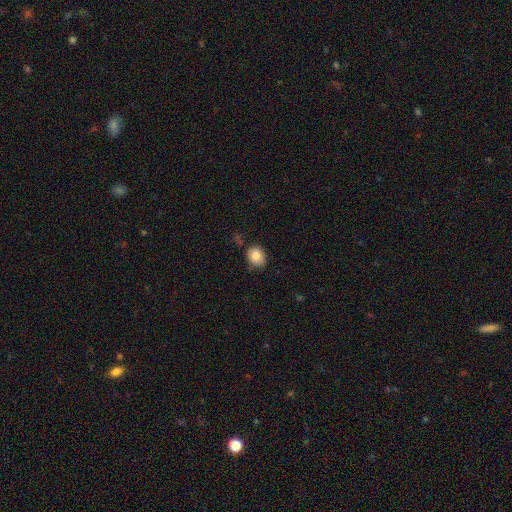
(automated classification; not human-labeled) Morphology: type=smooth (84%); roundness=round (59%); merging=none (75%).